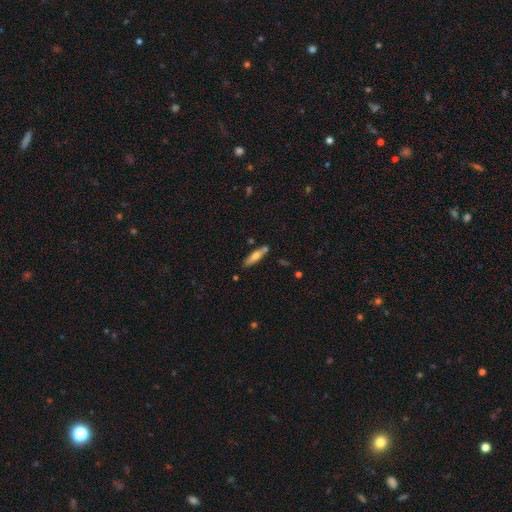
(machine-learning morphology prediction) Smooth or featured?
  - smooth: 63% *
  - featured or disk: 30%
  - star or artifact: 7%
How rounded?
  - cigar-shaped: 72% *
  - in between: 26%
  - round: 2%
Merging?
  - none: 69% *
  - minor disturbance: 15%
  - merger: 12%
  - major disturbance: 3%